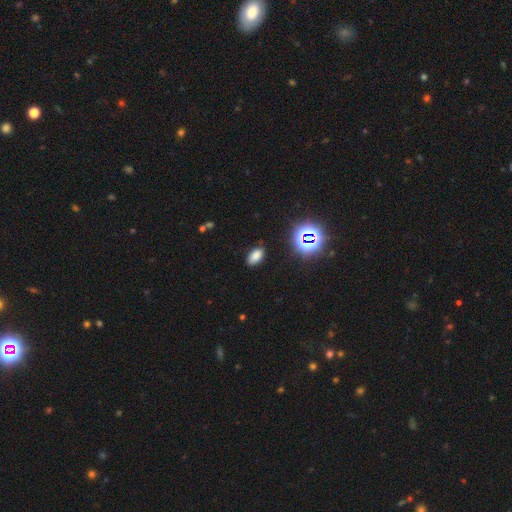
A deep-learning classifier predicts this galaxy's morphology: Smooth or featured?
  - smooth: 75% *
  - star or artifact: 19%
  - featured or disk: 6%
How rounded?
  - in between: 91% *
  - round: 6%
  - cigar-shaped: 3%
Merging?
  - none: 86% *
  - minor disturbance: 10%
  - major disturbance: 3%
  - merger: 1%